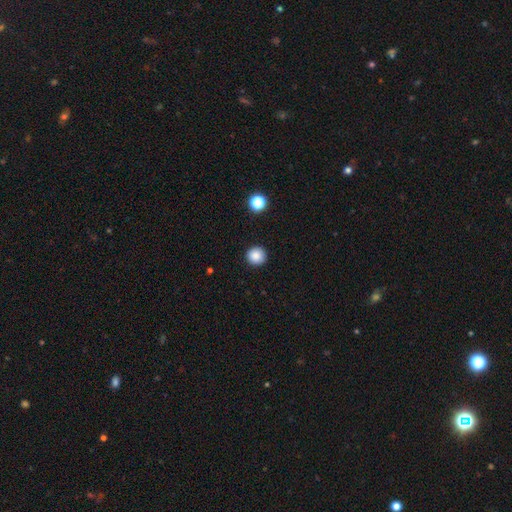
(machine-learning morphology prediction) Overall: smooth (86%). How rounded: round (93%). Merging: none (92%).